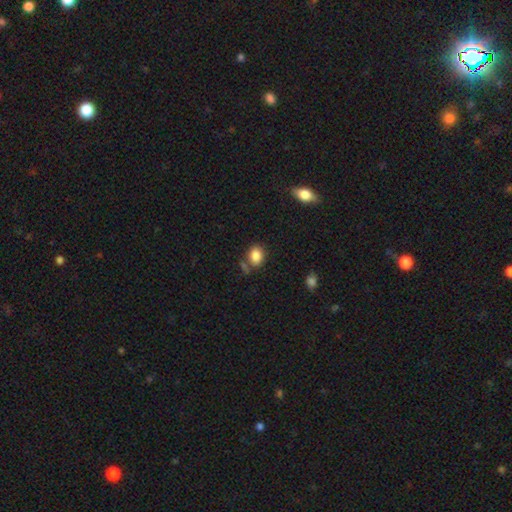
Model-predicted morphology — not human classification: Smooth or featured?
  - smooth: 85% *
  - star or artifact: 9%
  - featured or disk: 5%
How rounded?
  - in between: 65% *
  - round: 33%
  - cigar-shaped: 1%
Merging?
  - none: 68% *
  - minor disturbance: 16%
  - merger: 11%
  - major disturbance: 5%